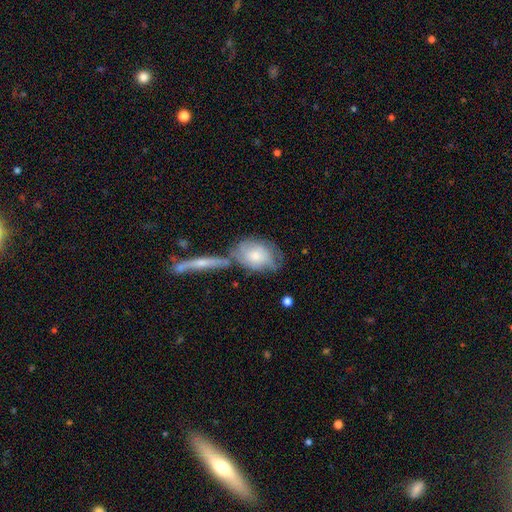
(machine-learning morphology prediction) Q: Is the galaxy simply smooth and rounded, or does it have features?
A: smooth — 58%.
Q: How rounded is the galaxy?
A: in between — 79%.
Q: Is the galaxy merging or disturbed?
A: none — 45%.